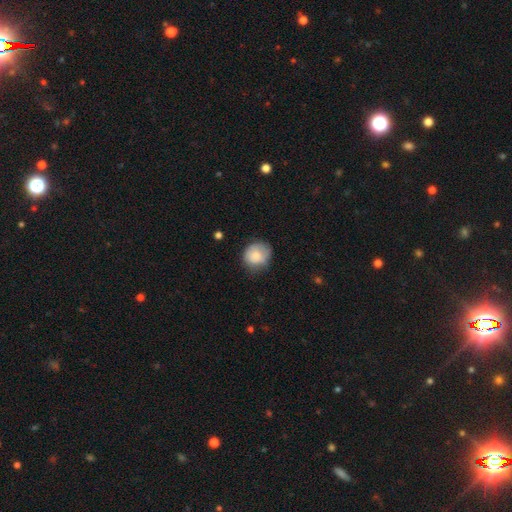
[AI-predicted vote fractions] A smooth galaxy with no disk features (81%) that is round (76%). Merging: none (64%).